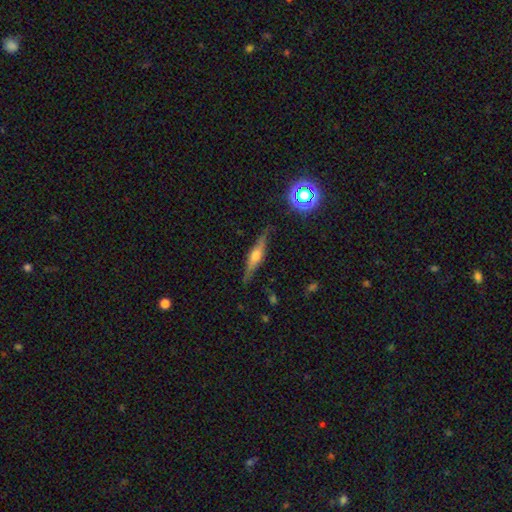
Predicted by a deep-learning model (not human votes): The model was most divided on "smooth or featured": featured or disk: 66%, smooth: 26%, star or artifact: 8%. More confident: edge-on disk — yes (95%); edge-on bulge — rounded (88%); merging — none (85%).